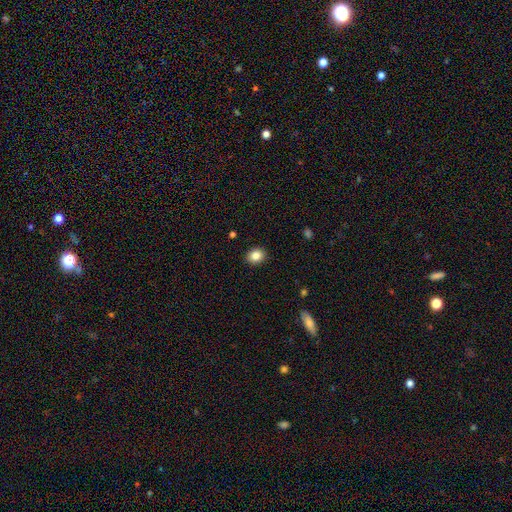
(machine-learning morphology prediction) smooth-or-featured: smooth: 84% | star or artifact: 10% | featured or disk: 6%
  how-rounded: round: 57% | in between: 42% | cigar-shaped: 1%
  merging: none: 91% | minor disturbance: 7% | major disturbance: 2% | merger: 1%